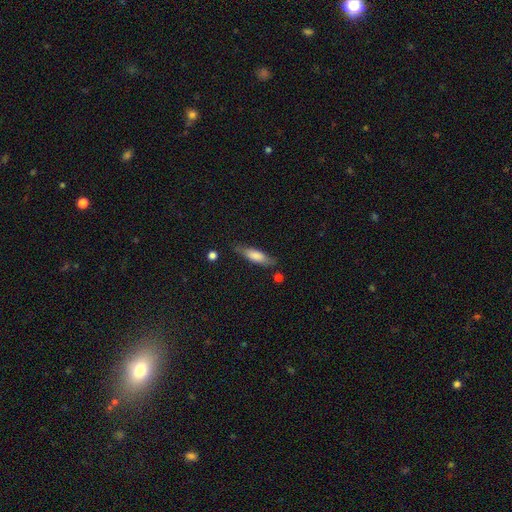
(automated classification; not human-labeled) Morphology: type=smooth (69%); roundness=cigar-shaped (57%); merging=none (73%).